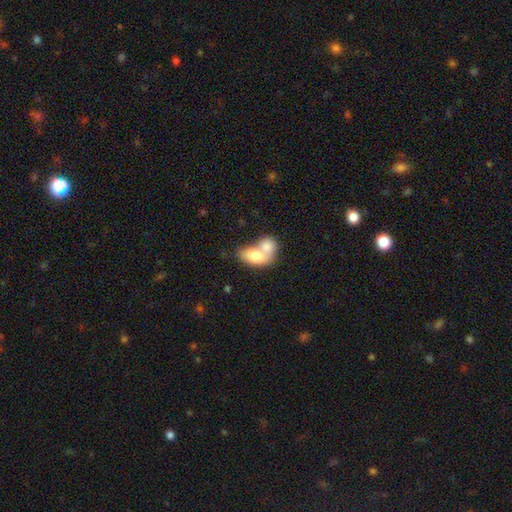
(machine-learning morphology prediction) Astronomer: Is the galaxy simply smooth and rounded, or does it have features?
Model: smooth — 74%.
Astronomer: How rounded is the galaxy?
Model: in between — 82%.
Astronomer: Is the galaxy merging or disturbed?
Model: merger — 76%.